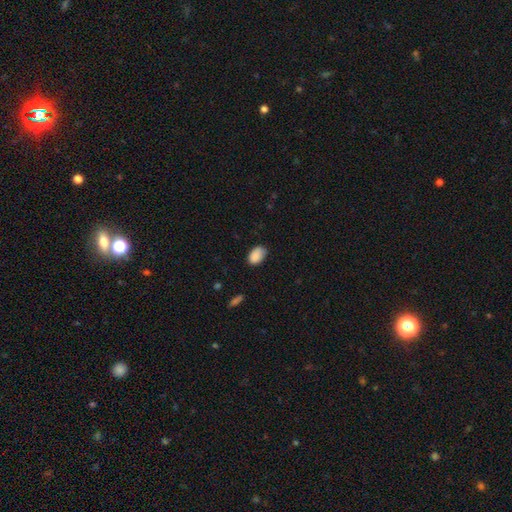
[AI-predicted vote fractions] The model was most divided on "merging": none: 73%, minor disturbance: 22%, major disturbance: 4%, merger: 1%. More confident: how rounded — in between (89%); smooth or featured — smooth (89%).